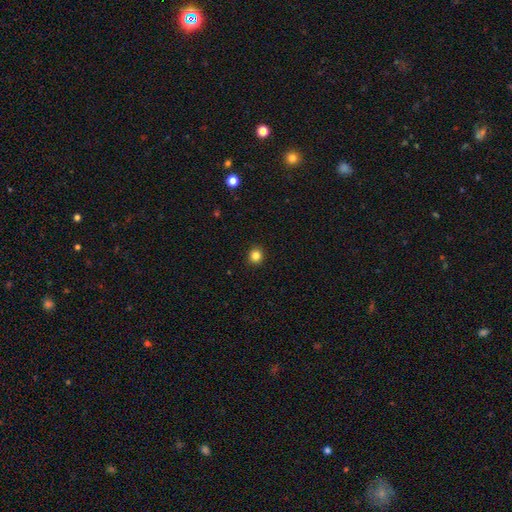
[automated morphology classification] Smooth or featured: smooth — 83% (star or artifact — 12%)
How rounded: round — 91% (in between — 8%)
Merging: none — 93% (minor disturbance — 4%)